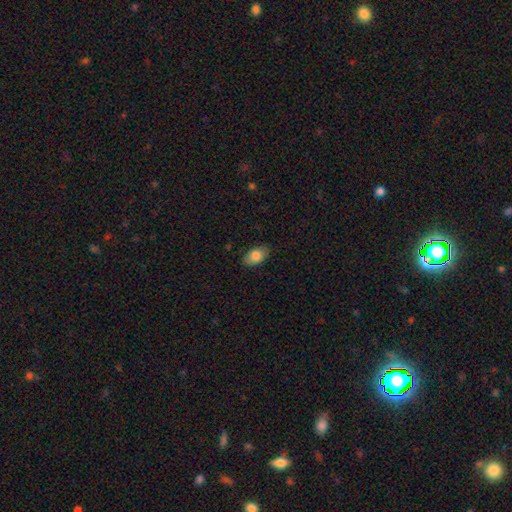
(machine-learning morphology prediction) The model was most divided on "smooth or featured": smooth: 82%, featured or disk: 12%, star or artifact: 7%. More confident: how rounded — in between (92%); merging — none (84%).